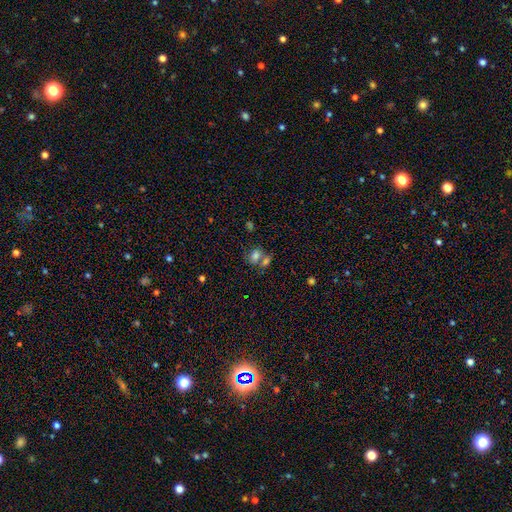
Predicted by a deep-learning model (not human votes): Overall: smooth (74%). How rounded: in between (58%; round 41%). Merging: merger (52%; none 34%).